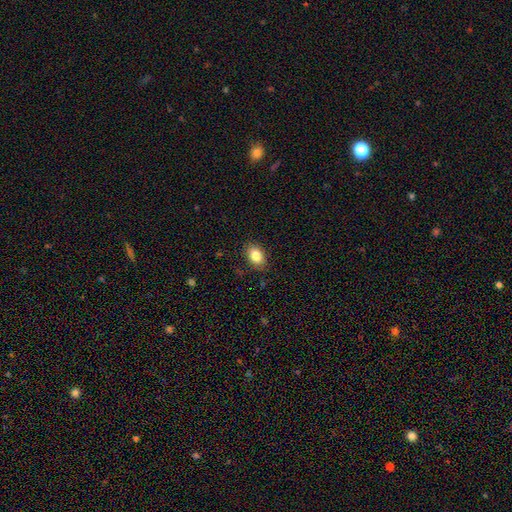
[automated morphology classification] Q: Smooth or featured?
A: smooth (84%); runner-up: star or artifact (8%)
Q: How rounded?
A: in between (82%); runner-up: round (16%)
Q: Merging?
A: none (86%); runner-up: minor disturbance (10%)